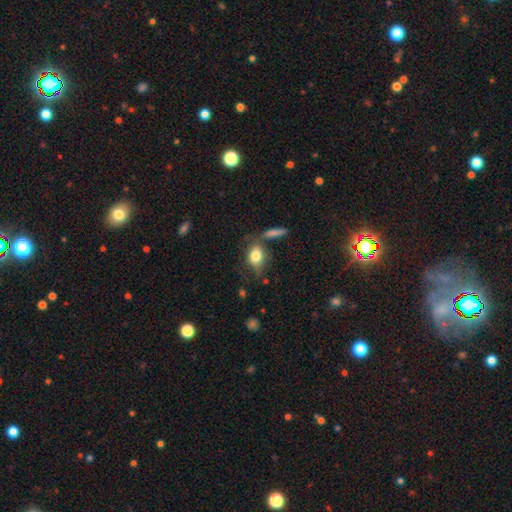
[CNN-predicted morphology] This is likely a smooth galaxy (79%). How rounded: likely in between (72%). Merging: possibly none (53%).